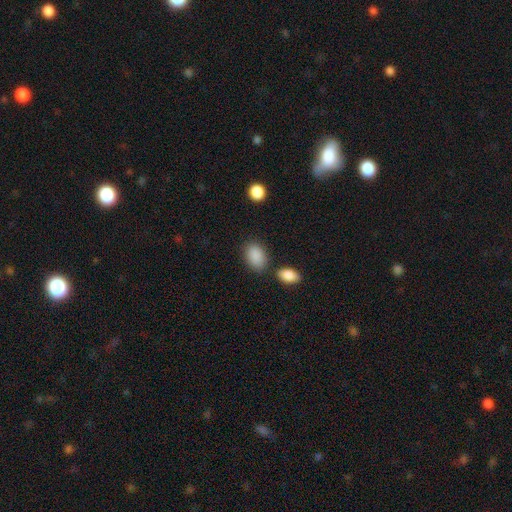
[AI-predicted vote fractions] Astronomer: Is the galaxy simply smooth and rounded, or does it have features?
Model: smooth — 89%.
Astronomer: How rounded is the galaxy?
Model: in between — 85%.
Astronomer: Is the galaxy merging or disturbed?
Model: none — 74%.